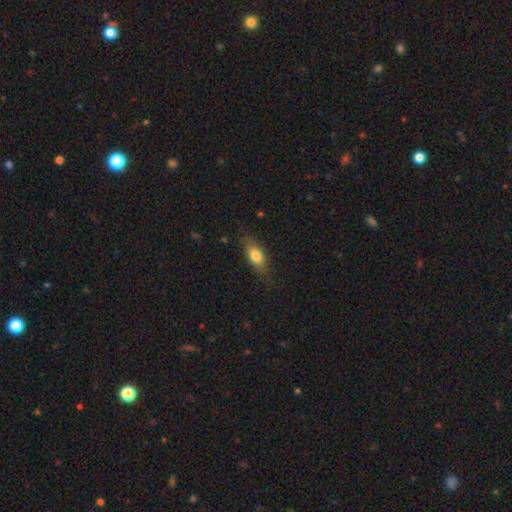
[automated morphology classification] smooth 75%, featured or disk 18%, star or artifact 7%. Down the decision tree: how rounded — in between (79%); merging — none (76%).